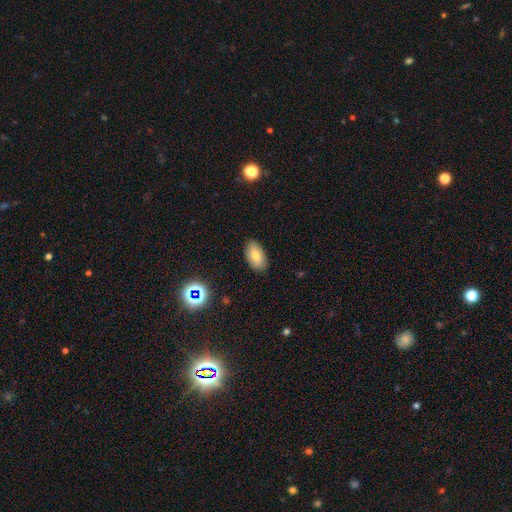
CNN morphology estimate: smooth_or_featured: smooth (p=0.77) [alt: featured or disk p=0.14]
how_rounded: in between (p=0.93) [alt: round p=0.04]
merging: none (p=0.86) [alt: minor disturbance p=0.10]